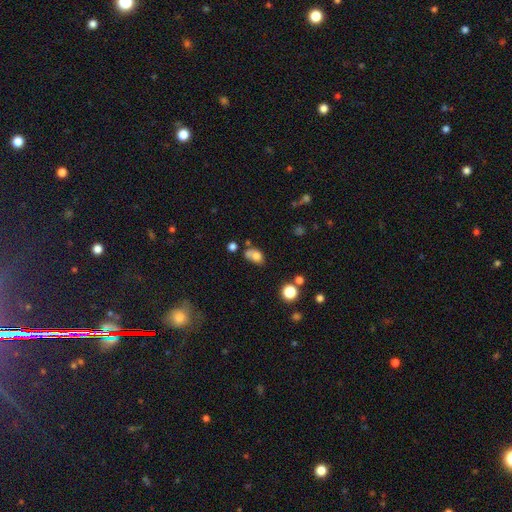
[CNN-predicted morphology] type=smooth (74%); roundness=in between (76%); merging=none (36%).